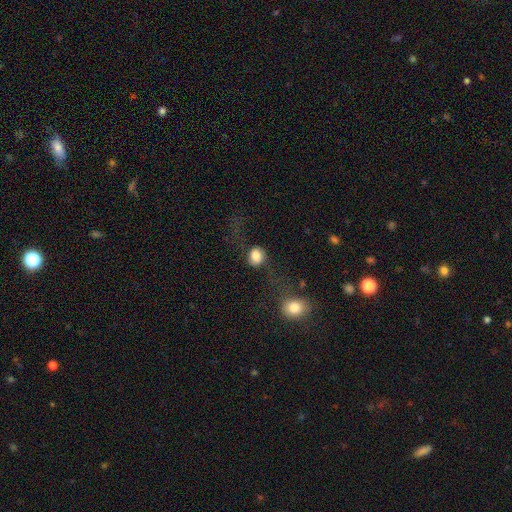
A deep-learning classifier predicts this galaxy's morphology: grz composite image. It shows a smooth galaxy with no disk features (77%) that is round (67%). Merging: none (53%).